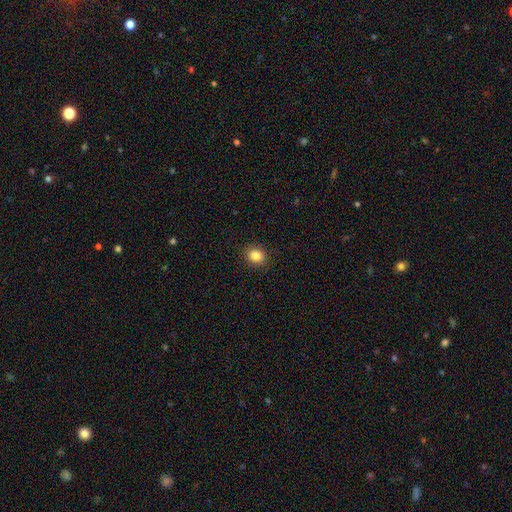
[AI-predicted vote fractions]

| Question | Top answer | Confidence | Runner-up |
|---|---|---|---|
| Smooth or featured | smooth | 85% | star or artifact (10%) |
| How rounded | round | 67% | in between (32%) |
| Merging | none | 90% | minor disturbance (7%) |